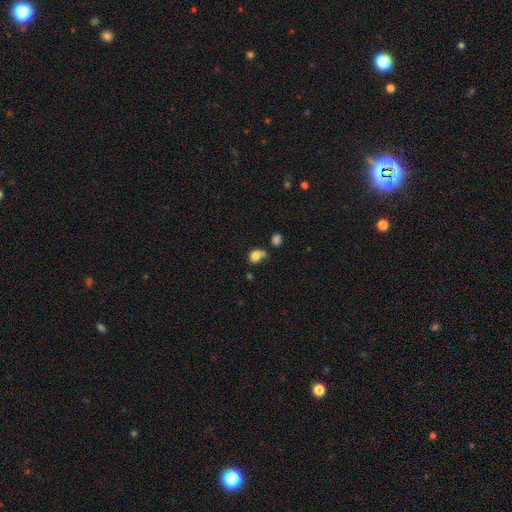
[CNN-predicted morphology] smooth 80%, star or artifact 11%, featured or disk 9%. Down the decision tree: how rounded — round (63%); merging — none (44%).